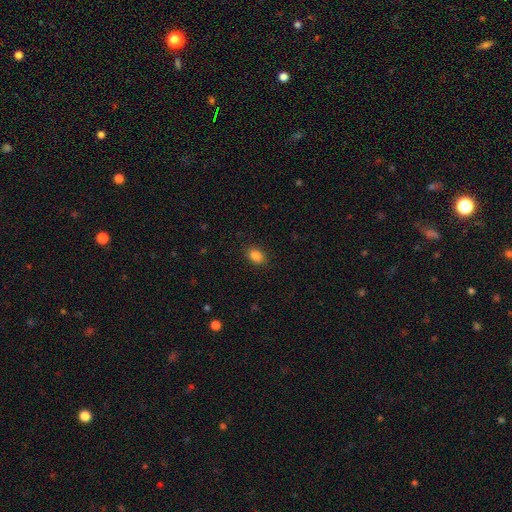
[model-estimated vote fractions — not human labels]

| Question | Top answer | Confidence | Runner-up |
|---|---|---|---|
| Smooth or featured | smooth | 85% | star or artifact (10%) |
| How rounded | in between | 75% | round (24%) |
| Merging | none | 89% | minor disturbance (8%) |